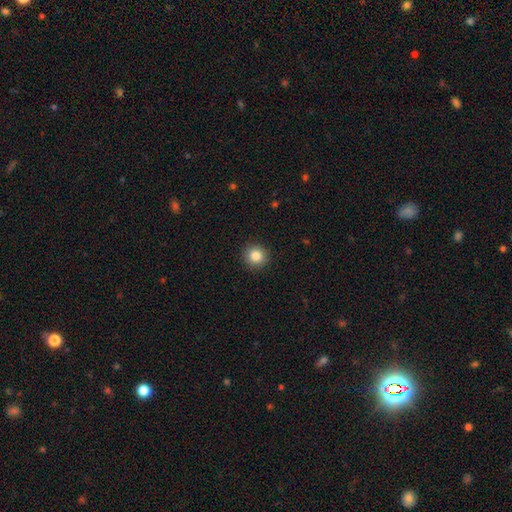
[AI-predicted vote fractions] smooth_or_featured: smooth (p=0.85) [alt: star or artifact p=0.10]
how_rounded: round (p=0.93) [alt: in between p=0.06]
merging: none (p=0.92) [alt: minor disturbance p=0.05]